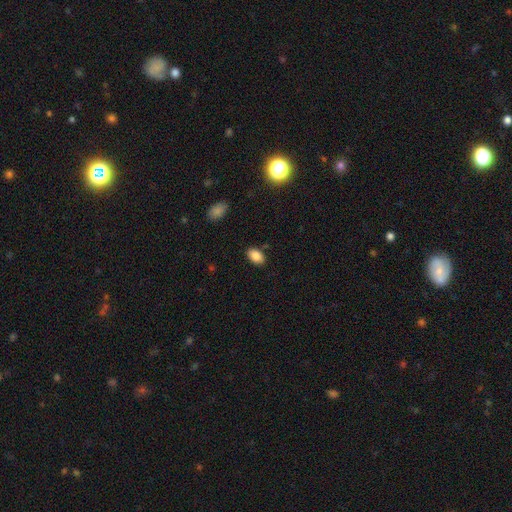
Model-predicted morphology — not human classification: This appears to be a smooth galaxy with no disk features (87%) that is in between round and cigar-shaped (90%). Merging: none (84%).